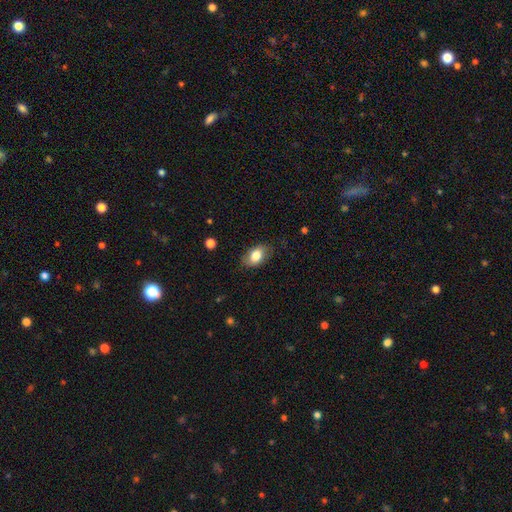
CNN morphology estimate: A smooth galaxy with no disk features (80%) that is in between round and cigar-shaped (89%).

Vote fractions:
- Smooth or featured? smooth: 80% / featured or disk: 13% / star or artifact: 7%
- How rounded? in between: 89% / round: 10% / cigar-shaped: 2%
- Merging? none: 78% / minor disturbance: 17% / major disturbance: 4% / merger: 1%